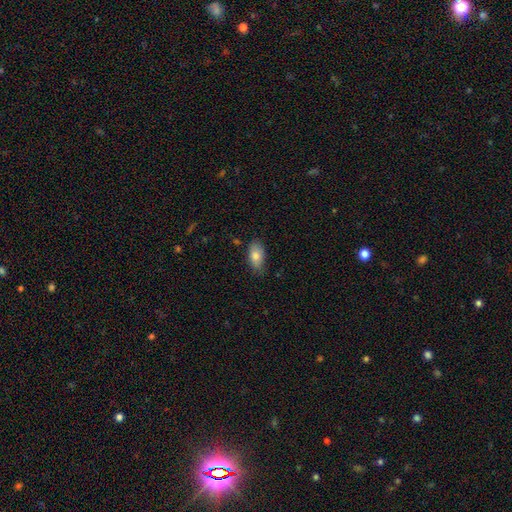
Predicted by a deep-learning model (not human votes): A smooth galaxy with no disk features (82%) that is in between round and cigar-shaped (92%).

Vote fractions:
- Smooth or featured? smooth: 82% / featured or disk: 11% / star or artifact: 7%
- How rounded? in between: 92% / round: 4% / cigar-shaped: 4%
- Merging? none: 75% / minor disturbance: 20% / major disturbance: 3% / merger: 2%